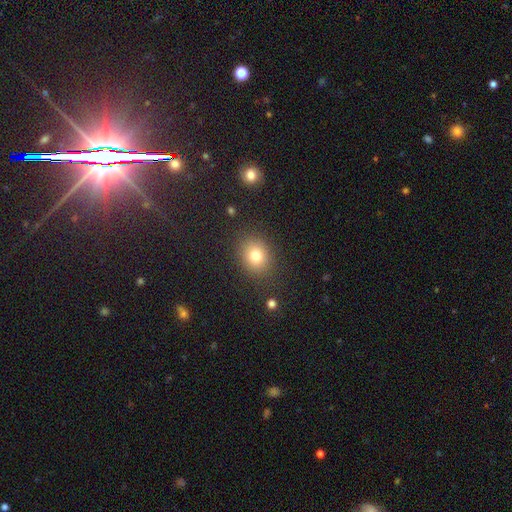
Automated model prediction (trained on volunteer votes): Smooth or featured?
  - smooth: 78% *
  - star or artifact: 13%
  - featured or disk: 9%
How rounded?
  - round: 64% *
  - in between: 35%
  - cigar-shaped: 1%
Merging?
  - none: 85% *
  - minor disturbance: 9%
  - major disturbance: 4%
  - merger: 2%